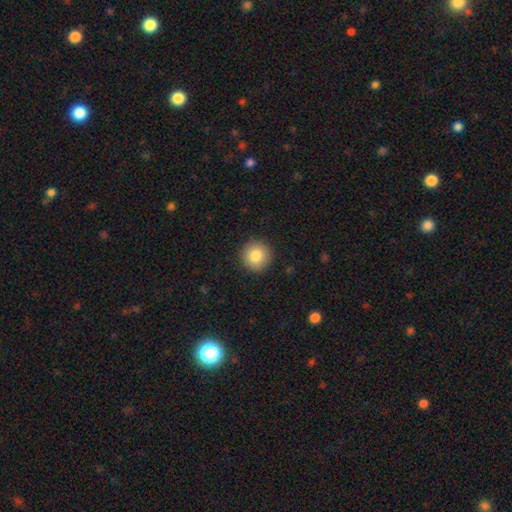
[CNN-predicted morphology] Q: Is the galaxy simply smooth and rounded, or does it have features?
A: smooth — 83%.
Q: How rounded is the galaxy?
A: round — 95%.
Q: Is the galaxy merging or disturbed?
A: none — 92%.